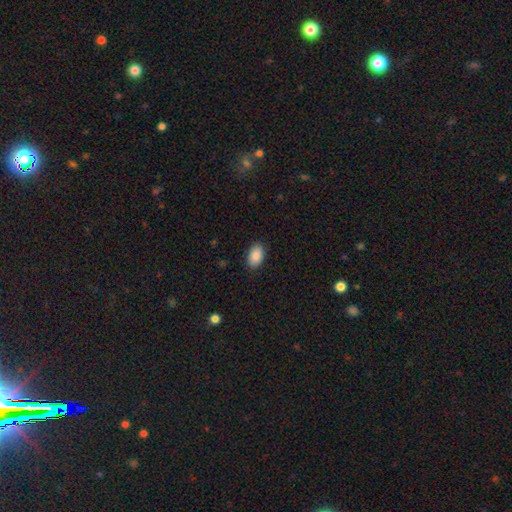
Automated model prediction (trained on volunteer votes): Smooth or featured: smooth — 90% (star or artifact — 7%)
How rounded: in between — 93% (round — 6%)
Merging: none — 88% (minor disturbance — 9%)